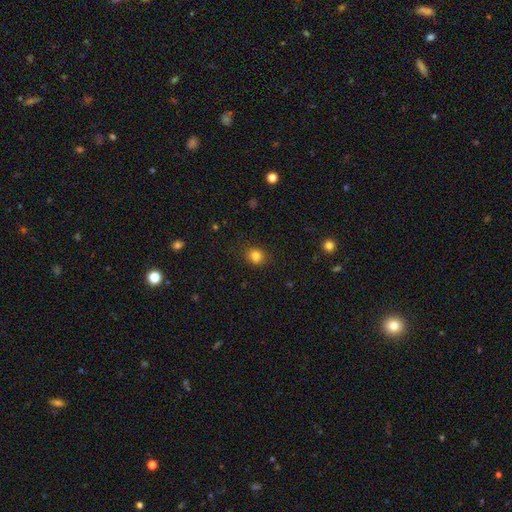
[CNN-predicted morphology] type=smooth (83%); roundness=round (74%); merging=none (85%).